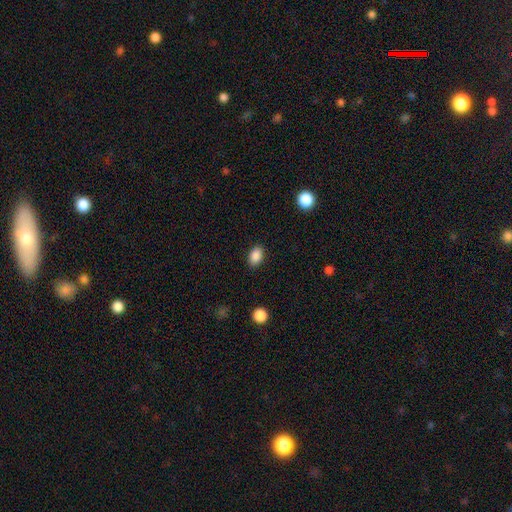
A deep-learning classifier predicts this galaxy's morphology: smooth_or_featured: smooth (p=0.88) [alt: star or artifact p=0.09]
how_rounded: in between (p=0.81) [alt: round p=0.18]
merging: none (p=0.88) [alt: minor disturbance p=0.09]